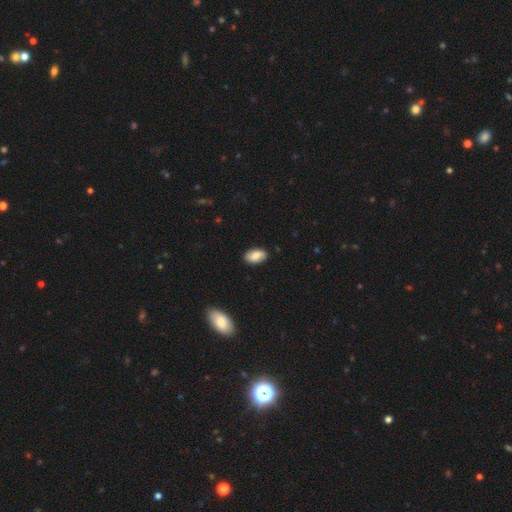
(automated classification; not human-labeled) Q: Smooth or featured?
A: smooth (78%); runner-up: featured or disk (15%)
Q: How rounded?
A: in between (93%); runner-up: round (5%)
Q: Merging?
A: none (87%); runner-up: minor disturbance (10%)